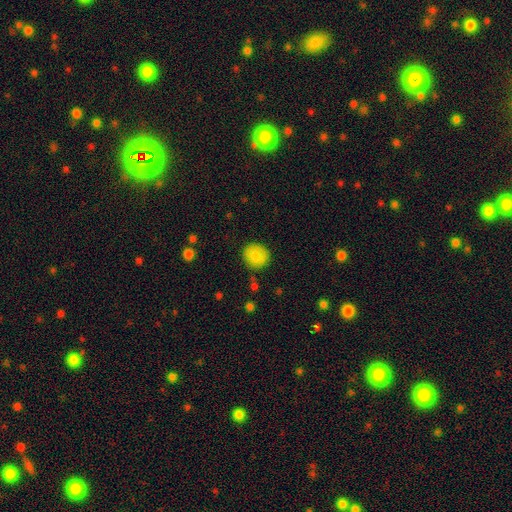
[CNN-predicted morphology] Smooth or featured: smooth — 86% (star or artifact — 8%)
How rounded: round — 88% (in between — 11%)
Merging: none — 85% (minor disturbance — 10%)